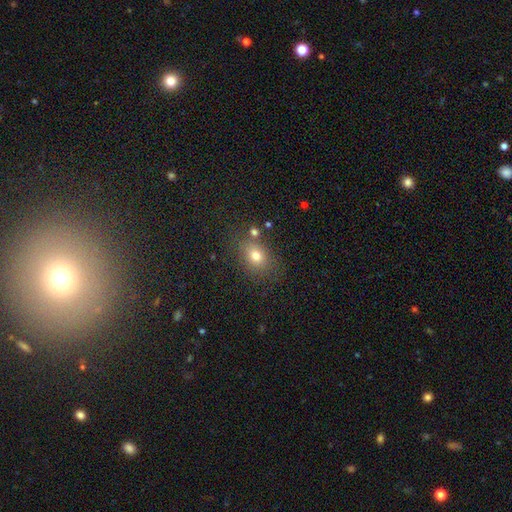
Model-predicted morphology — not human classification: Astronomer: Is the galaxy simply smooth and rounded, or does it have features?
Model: smooth — 74%.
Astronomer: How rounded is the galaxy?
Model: in between — 56% (runner-up: round, 43%).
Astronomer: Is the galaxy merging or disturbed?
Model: none — 74%.